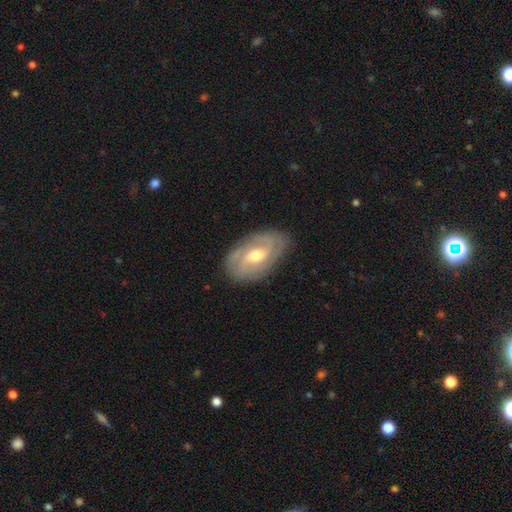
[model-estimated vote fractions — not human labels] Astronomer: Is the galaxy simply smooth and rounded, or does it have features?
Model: featured or disk — 79%.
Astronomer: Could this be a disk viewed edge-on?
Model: no — 95%.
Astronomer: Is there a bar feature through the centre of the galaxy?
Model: weak — 46% (runner-up: no, 40%).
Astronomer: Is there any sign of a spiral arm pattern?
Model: yes — 92%.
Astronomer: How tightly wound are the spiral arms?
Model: tight — 51% (runner-up: medium, 36%).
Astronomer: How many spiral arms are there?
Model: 2 — 41% (runner-up: 3, 23%).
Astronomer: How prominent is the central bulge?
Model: moderate — 71%.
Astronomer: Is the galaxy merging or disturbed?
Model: none — 81%.